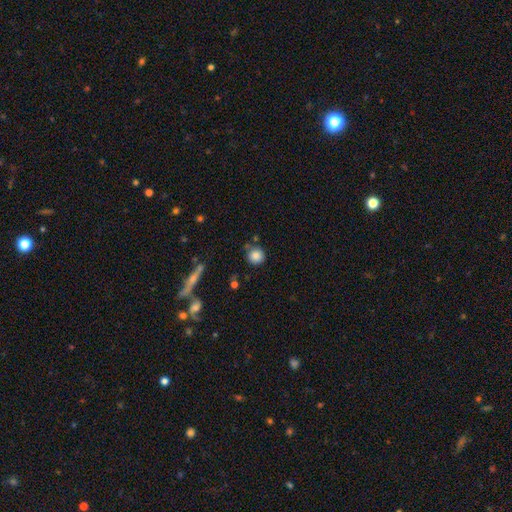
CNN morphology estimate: Q: Smooth or featured?
A: smooth (85%); runner-up: star or artifact (9%)
Q: How rounded?
A: round (90%); runner-up: in between (9%)
Q: Merging?
A: none (76%); runner-up: minor disturbance (13%)